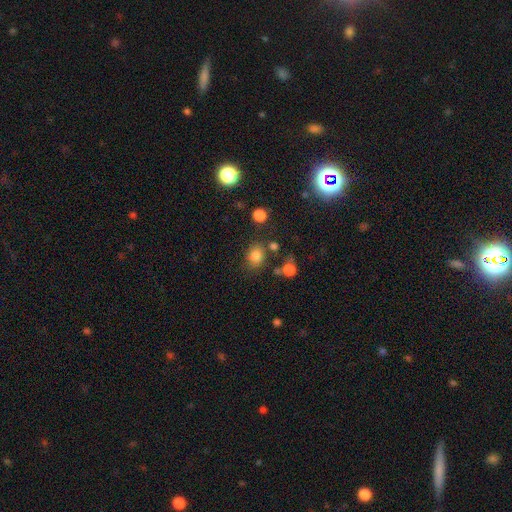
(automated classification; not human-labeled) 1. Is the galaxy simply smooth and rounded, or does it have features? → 80% smooth, 13% star or artifact, 7% featured or disk.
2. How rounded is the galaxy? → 53% round, 46% in between, 1% cigar-shaped.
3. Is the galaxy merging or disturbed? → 70% none, 16% minor disturbance, 8% merger, 6% major disturbance.